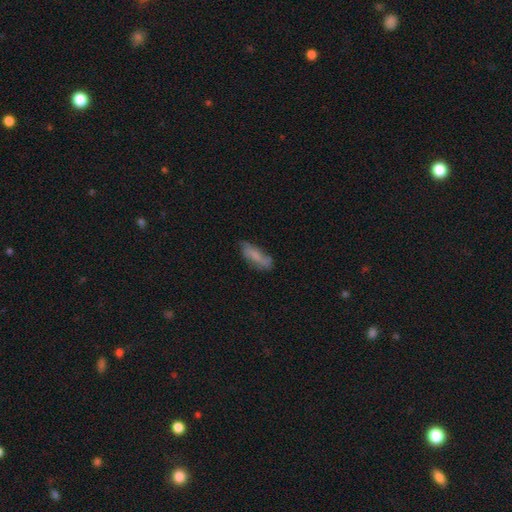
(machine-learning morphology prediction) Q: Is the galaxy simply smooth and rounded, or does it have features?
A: smooth — 59%.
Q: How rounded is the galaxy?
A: in between — 53%.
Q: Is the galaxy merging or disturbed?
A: none — 63%.